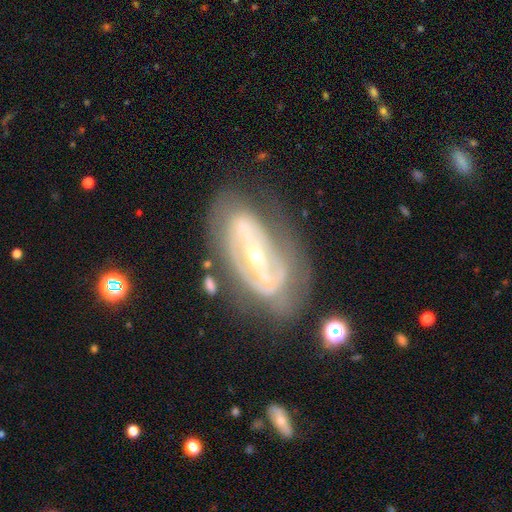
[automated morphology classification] smooth-or-featured: featured or disk: 84% | smooth: 11% | star or artifact: 6%
  disk-edge-on: no: 91% | yes: 9%
    bar: strong: 54% | weak: 25% | no: 21%
    has-spiral-arms: yes: 73% | no: 27%
      spiral-winding: tight: 53% | medium: 32% | loose: 15%
      spiral-arm-count: 2: 57% | can't tell: 29% | 3: 5% | 1: 5% | 4: 2% | more than 4: 2%
    bulge-size: small: 63% | moderate: 33% | large: 2% | none: 1% | dominant: 1%
  merging: none: 68% | minor disturbance: 19% | major disturbance: 11% | merger: 2%